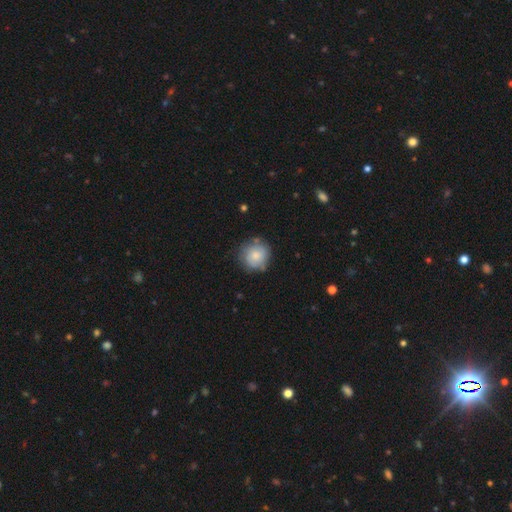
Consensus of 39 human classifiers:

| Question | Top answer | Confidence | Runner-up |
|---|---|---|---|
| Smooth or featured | smooth | 85% | featured or disk (10%) |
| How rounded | round | 94% | in between (6%) |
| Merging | none | 54% | minor disturbance (22%) |